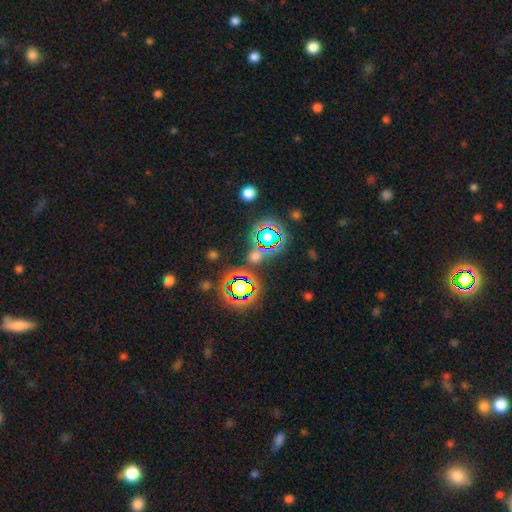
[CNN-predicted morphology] star or artifact 61%, smooth 29%, featured or disk 10%.